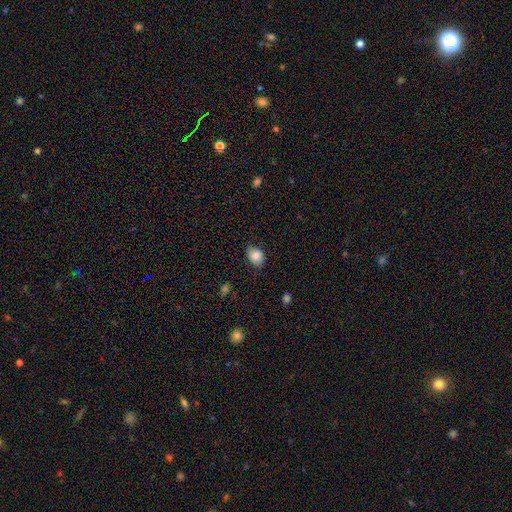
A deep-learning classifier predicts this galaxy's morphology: Overall: smooth (81%). How rounded: in between (68%; round 31%). Merging: none (75%).